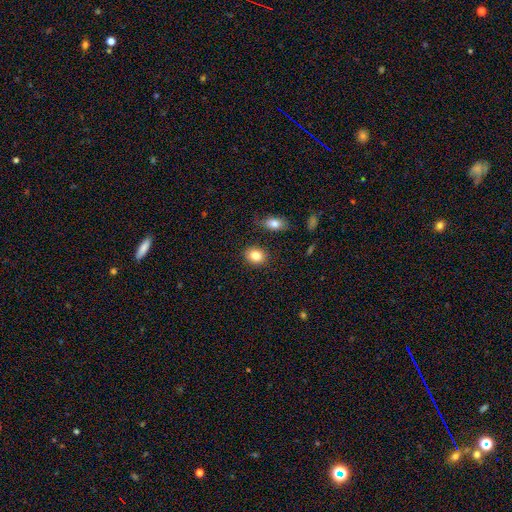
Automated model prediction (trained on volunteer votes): smooth_or_featured: smooth (p=0.84) [alt: star or artifact p=0.09]
how_rounded: round (p=0.52) [alt: in between p=0.47]
merging: none (p=0.85) [alt: minor disturbance p=0.09]